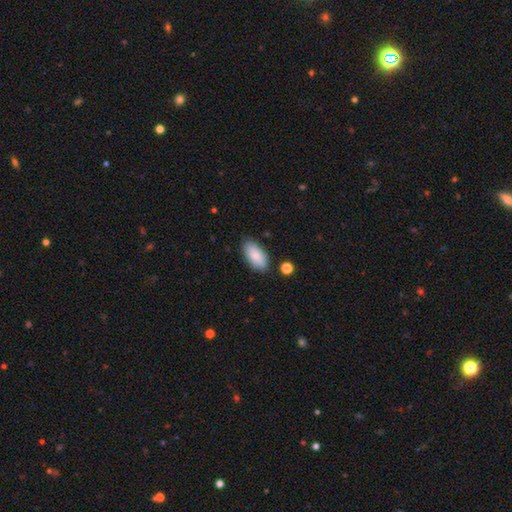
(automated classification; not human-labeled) Smooth or featured? Predicted: smooth (p=0.86). How rounded? Predicted: in between (p=0.92). Merging? Predicted: none (p=0.82).